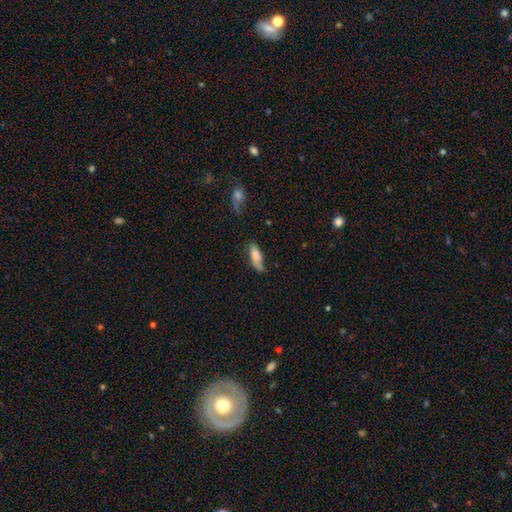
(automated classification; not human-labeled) A smooth galaxy with no disk features (78%) that is in between round and cigar-shaped (64%). Merging: none (49%).